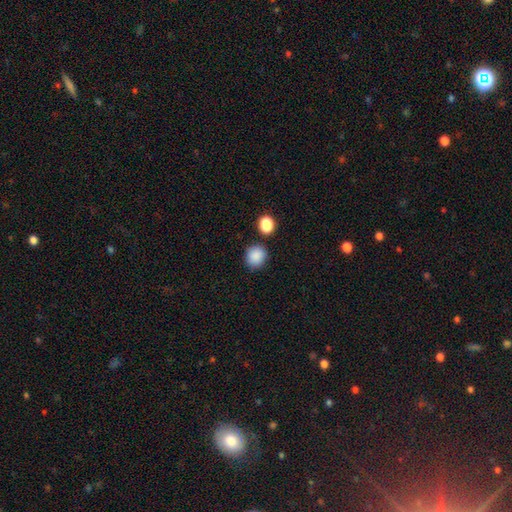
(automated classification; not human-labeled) smooth_or_featured: smooth (p=0.87) [alt: star or artifact p=0.09]
how_rounded: round (p=0.82) [alt: in between p=0.17]
merging: none (p=0.83) [alt: minor disturbance p=0.09]